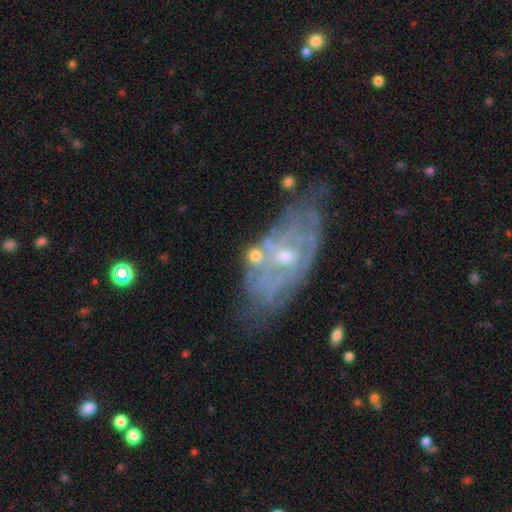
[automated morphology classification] The model was most divided on "spiral arms": no: 53%, yes: 47%. Remaining: edge-on disk — no (93%); bar — no (72%); smooth or featured — featured or disk (59%); bulge size — moderate (46%); merging — none (42%).